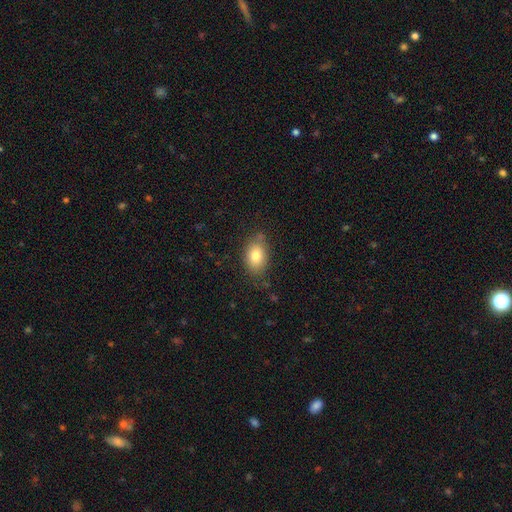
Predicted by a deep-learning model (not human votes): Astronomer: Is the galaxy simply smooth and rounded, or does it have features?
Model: smooth — 80%.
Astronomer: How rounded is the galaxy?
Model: in between — 80%.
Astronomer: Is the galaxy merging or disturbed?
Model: none — 76%.